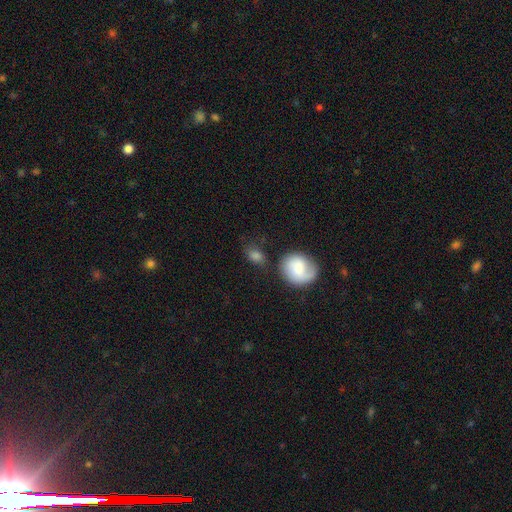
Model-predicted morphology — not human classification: Smooth or featured?
  - smooth: 74% *
  - featured or disk: 16%
  - star or artifact: 10%
How rounded?
  - in between: 61% *
  - round: 36%
  - cigar-shaped: 3%
Merging?
  - none: 57% *
  - minor disturbance: 20%
  - merger: 14%
  - major disturbance: 10%